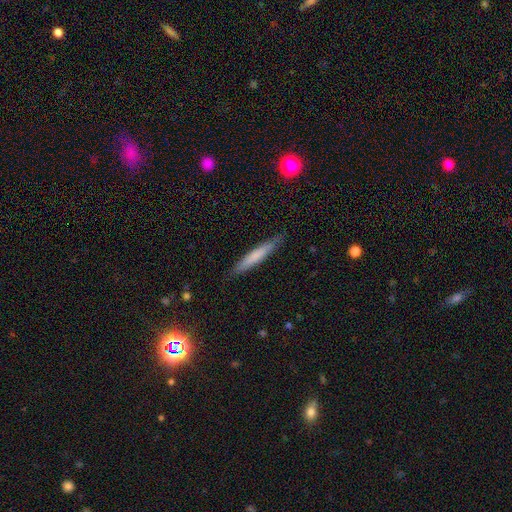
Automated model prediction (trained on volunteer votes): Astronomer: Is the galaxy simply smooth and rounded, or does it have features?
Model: smooth — 67%.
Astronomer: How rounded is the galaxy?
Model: cigar-shaped — 94%.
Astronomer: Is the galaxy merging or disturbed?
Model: none — 86%.